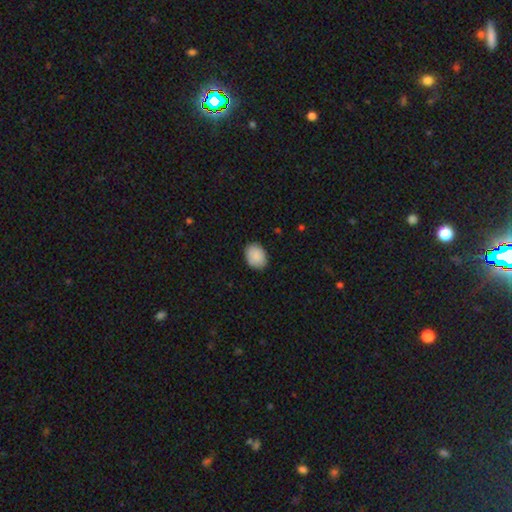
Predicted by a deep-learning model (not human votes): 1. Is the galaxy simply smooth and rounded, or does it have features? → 90% smooth, 7% star or artifact, 4% featured or disk.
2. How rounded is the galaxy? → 65% in between, 34% round, 1% cigar-shaped.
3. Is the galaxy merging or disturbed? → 87% none, 10% minor disturbance, 2% major disturbance, 1% merger.